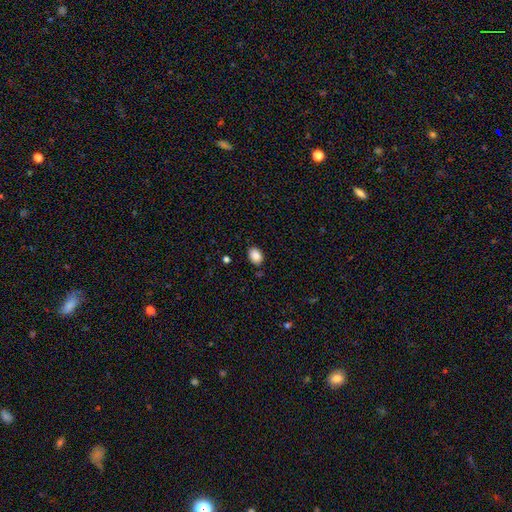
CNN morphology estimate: This appears to be a smooth galaxy with no disk features (88%) that is in between round and cigar-shaped (76%). Merging: none (83%).